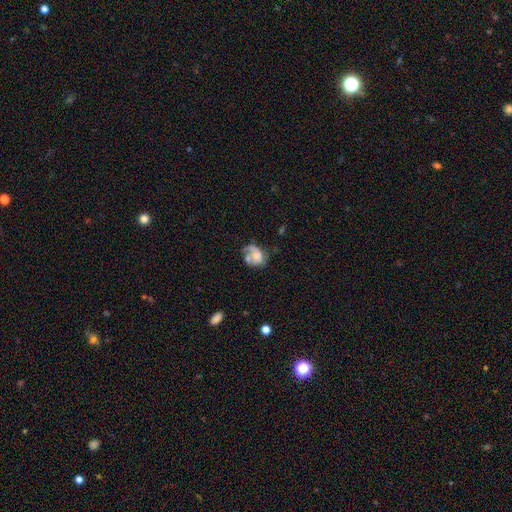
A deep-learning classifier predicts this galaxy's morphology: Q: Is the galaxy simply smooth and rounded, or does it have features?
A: featured or disk — 45%, tied with smooth.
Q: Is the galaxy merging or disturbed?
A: major disturbance — 29%.